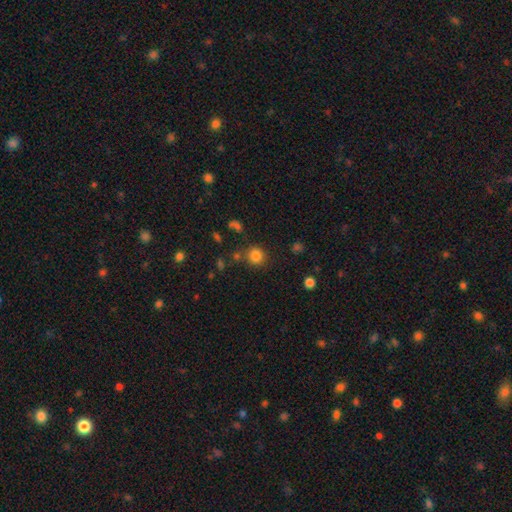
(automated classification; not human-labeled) Smooth or featured? Predicted: smooth (p=0.82). How rounded? Predicted: round (p=0.88). Merging? Predicted: none (p=0.79).